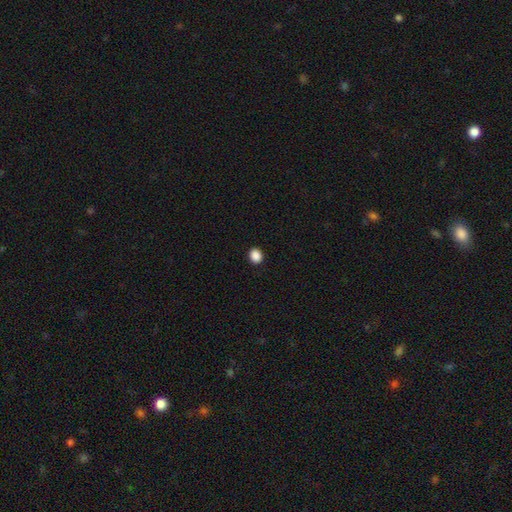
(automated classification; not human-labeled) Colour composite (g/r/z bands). It shows a smooth galaxy with no disk features (88%) that is round (67%). Merging: none (92%).